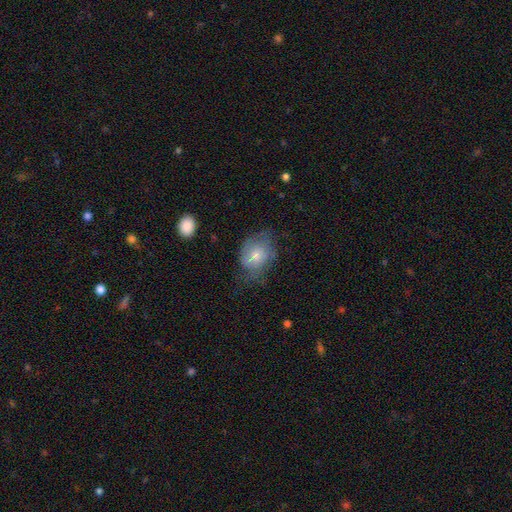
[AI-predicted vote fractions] A smooth galaxy with no disk features (57%) that is round (51%). Merging: none (44%).